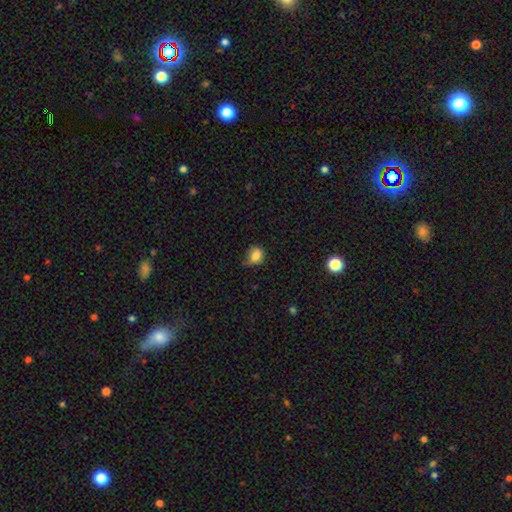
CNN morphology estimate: type=smooth (82%); roundness=round (56%); merging=none (54%).